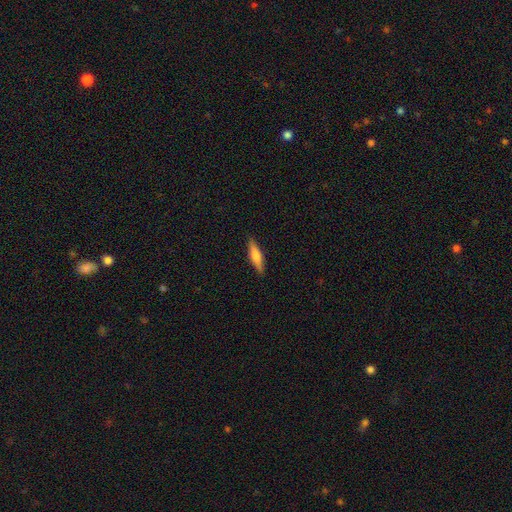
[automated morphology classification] Smooth or featured: smooth — 61% (featured or disk — 33%)
How rounded: cigar-shaped — 73% (in between — 25%)
Merging: none — 88% (minor disturbance — 9%)